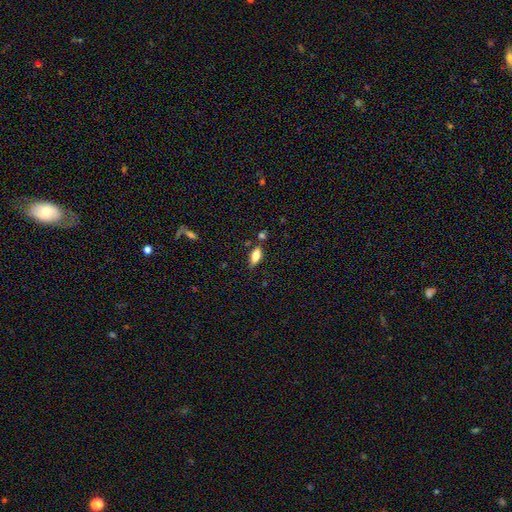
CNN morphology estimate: This appears to be a smooth galaxy with no disk features (71%) that is in between round and cigar-shaped (80%). Merging: none (76%).